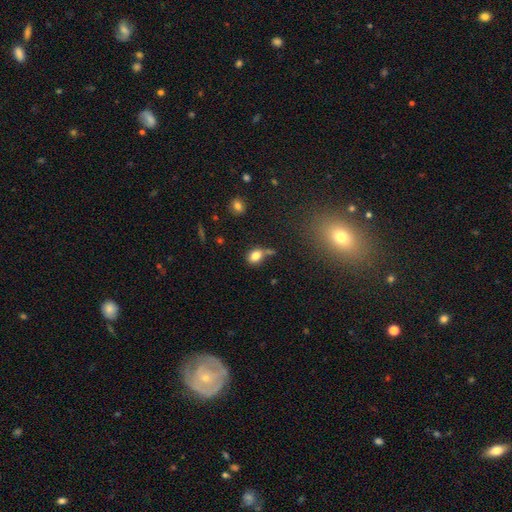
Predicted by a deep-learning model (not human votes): smooth 81%, star or artifact 10%, featured or disk 9%. Down the decision tree: how rounded — in between (69%); merging — none (48%).